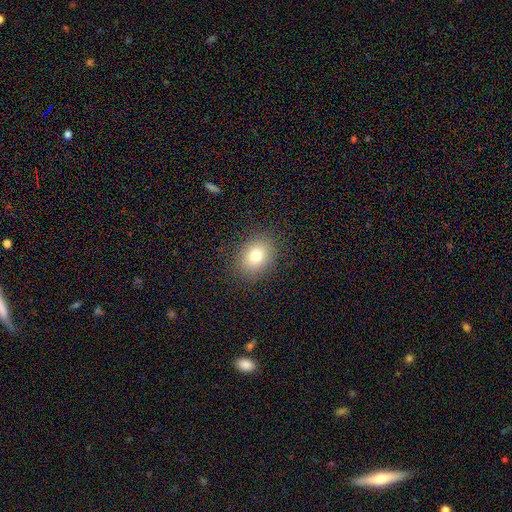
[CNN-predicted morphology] A smooth galaxy with no disk features (78%) that is round (50%).

Vote fractions:
- Smooth or featured? smooth: 78% / star or artifact: 12% / featured or disk: 10%
- How rounded? round: 50% / in between: 49% / cigar-shaped: 1%
- Merging? none: 87% / minor disturbance: 9% / major disturbance: 3% / merger: 1%